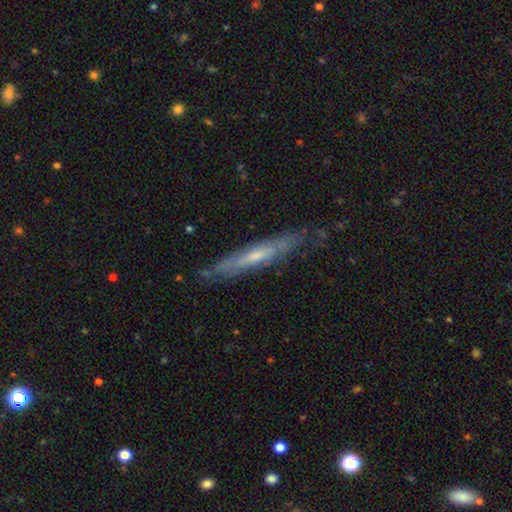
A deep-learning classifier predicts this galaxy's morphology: smooth-or-featured: featured or disk: 64% | smooth: 29% | star or artifact: 6%
  disk-edge-on: yes: 78% | no: 22%
  merging: none: 75% | minor disturbance: 19% | major disturbance: 4% | merger: 2%